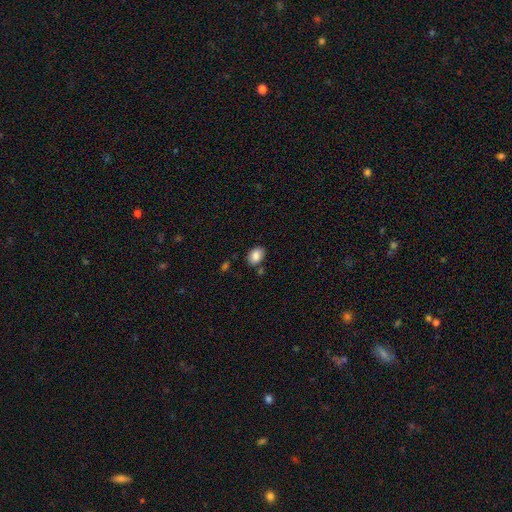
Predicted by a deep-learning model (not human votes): A smooth galaxy with no disk features (85%) that is in between round and cigar-shaped (74%). Merging: none (78%).